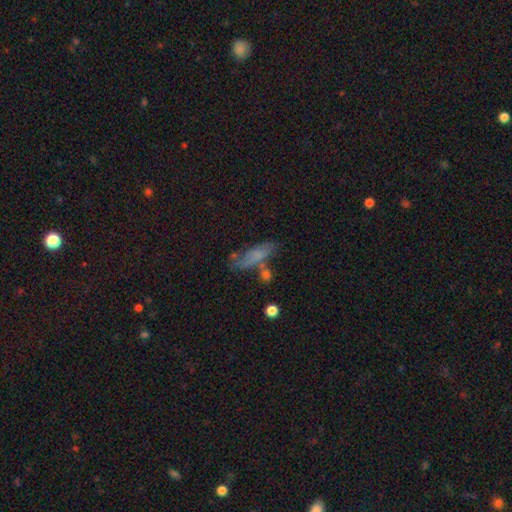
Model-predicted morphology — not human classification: Smooth or featured: smooth — 60% (featured or disk — 30%)
How rounded: cigar-shaped — 53% (in between — 43%)
Merging: none — 51% (minor disturbance — 23%)